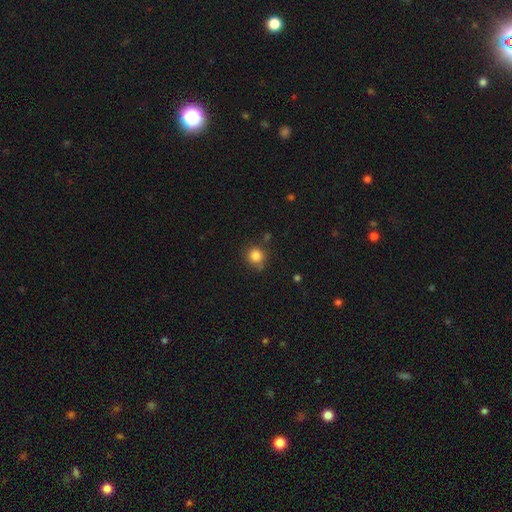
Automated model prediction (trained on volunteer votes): A smooth galaxy with no disk features (83%) that is round (89%). Merging: none (75%).